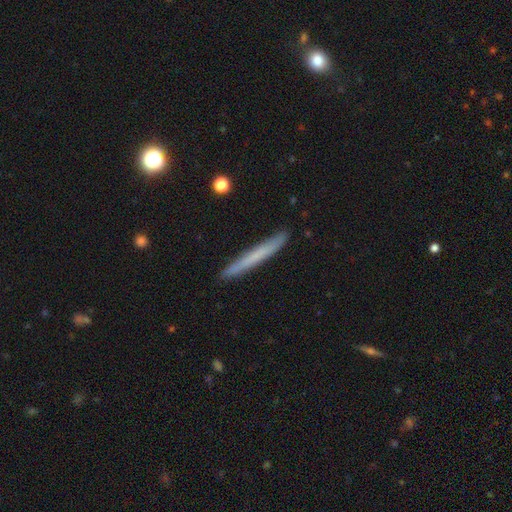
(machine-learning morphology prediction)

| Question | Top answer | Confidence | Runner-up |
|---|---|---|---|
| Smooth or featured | smooth | 59% | featured or disk (35%) |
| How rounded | cigar-shaped | 97% | in between (2%) |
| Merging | none | 90% | minor disturbance (7%) |